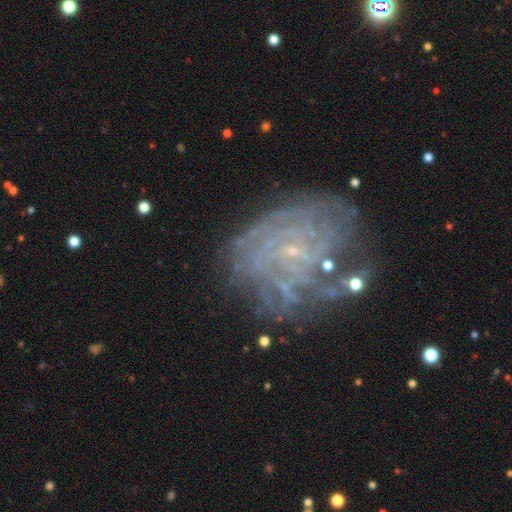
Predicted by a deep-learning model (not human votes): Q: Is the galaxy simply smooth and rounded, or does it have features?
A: featured or disk — 79%.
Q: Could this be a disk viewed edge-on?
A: no — 97%.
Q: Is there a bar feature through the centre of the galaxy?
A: no — 57%.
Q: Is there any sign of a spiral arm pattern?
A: yes — 90%.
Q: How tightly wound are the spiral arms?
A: tight — 73%.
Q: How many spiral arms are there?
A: can't tell — 38%.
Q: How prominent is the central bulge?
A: small — 83%.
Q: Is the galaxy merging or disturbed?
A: none — 68%.